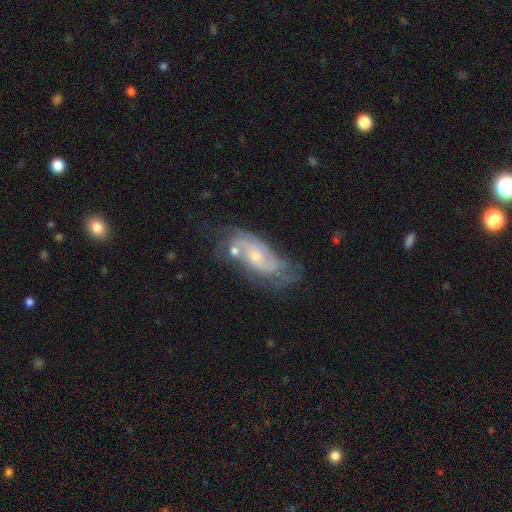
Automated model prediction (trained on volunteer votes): Q: Smooth or featured?
A: featured or disk (75%); runner-up: smooth (17%)
Q: Edge-on disk?
A: no (92%); runner-up: yes (8%)
Q: Bar?
A: no (67%); runner-up: weak (27%)
Q: Spiral arms?
A: yes (85%); runner-up: no (15%)
Q: Spiral winding?
A: tight (41%); runner-up: medium (40%)
Q: Spiral arm count?
A: 2 (42%); runner-up: can't tell (37%)
Q: Bulge size?
A: small (64%); runner-up: moderate (30%)
Q: Merging?
A: none (44%); runner-up: minor disturbance (23%)